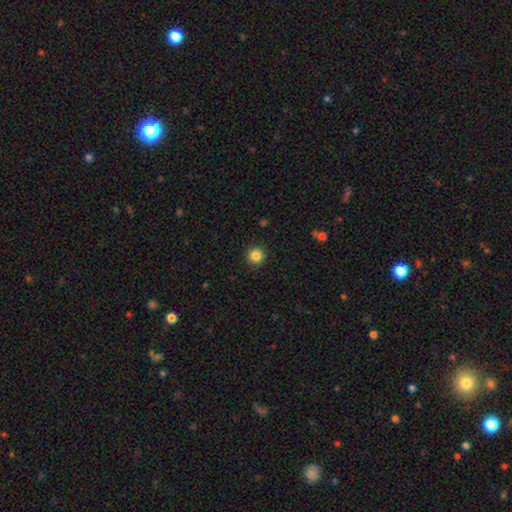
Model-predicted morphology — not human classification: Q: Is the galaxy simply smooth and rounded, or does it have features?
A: smooth — 85%.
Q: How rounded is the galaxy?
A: round — 95%.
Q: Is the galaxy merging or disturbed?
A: none — 92%.